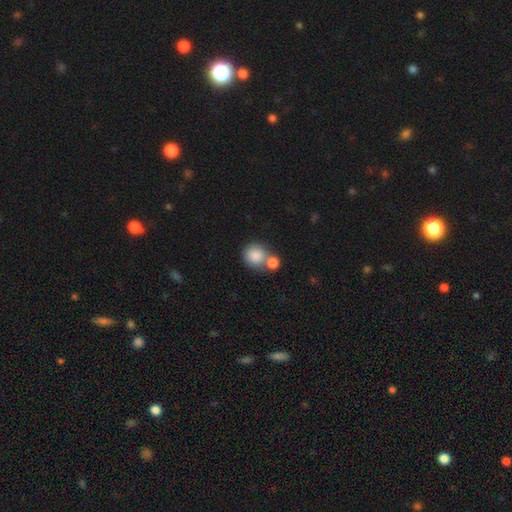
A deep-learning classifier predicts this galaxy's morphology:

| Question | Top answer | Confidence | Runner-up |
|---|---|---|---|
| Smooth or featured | smooth | 85% | star or artifact (8%) |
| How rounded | round | 86% | in between (13%) |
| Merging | none | 46% | merger (41%) |